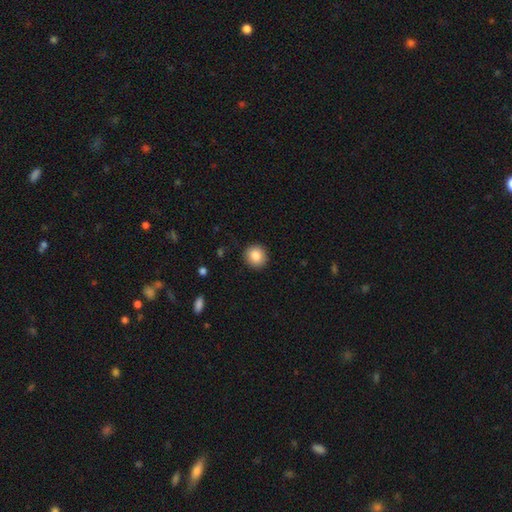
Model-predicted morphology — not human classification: This appears to be a smooth galaxy with no disk features (85%) that is round (91%). Merging: none (91%).